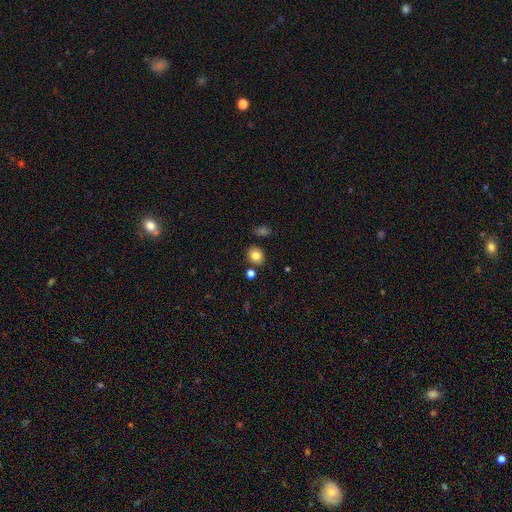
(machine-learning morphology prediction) This appears to be a smooth galaxy with no disk features (80%) that is round (60%). Merging: none (81%).